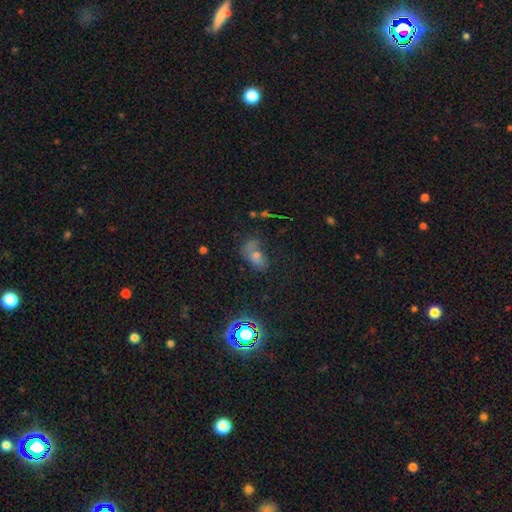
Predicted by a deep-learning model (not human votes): Smooth or featured: smooth — 45% (star or artifact — 32%)
Merging: none — 41% (minor disturbance — 21%)